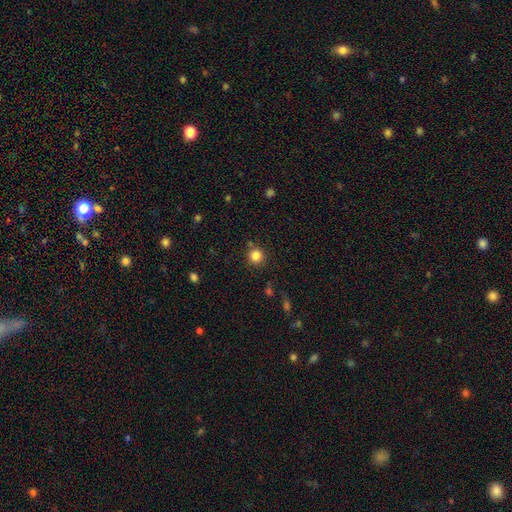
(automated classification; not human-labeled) Morphology: type=smooth (84%); roundness=round (93%); merging=none (84%).